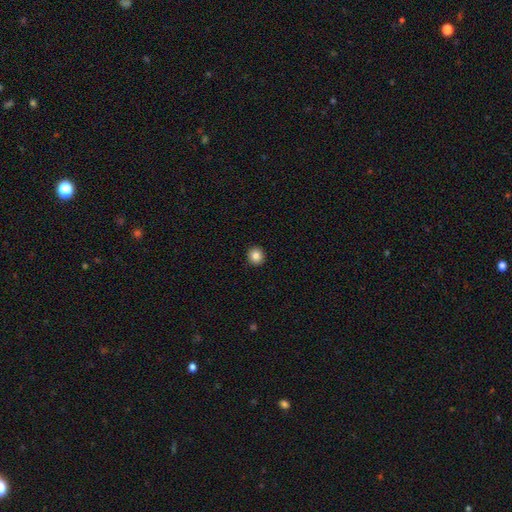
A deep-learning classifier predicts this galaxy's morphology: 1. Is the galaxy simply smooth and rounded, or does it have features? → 85% smooth, 10% star or artifact, 5% featured or disk.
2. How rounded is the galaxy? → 92% round, 7% in between, 1% cigar-shaped.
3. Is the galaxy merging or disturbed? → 93% none, 4% minor disturbance, 1% major disturbance, 1% merger.